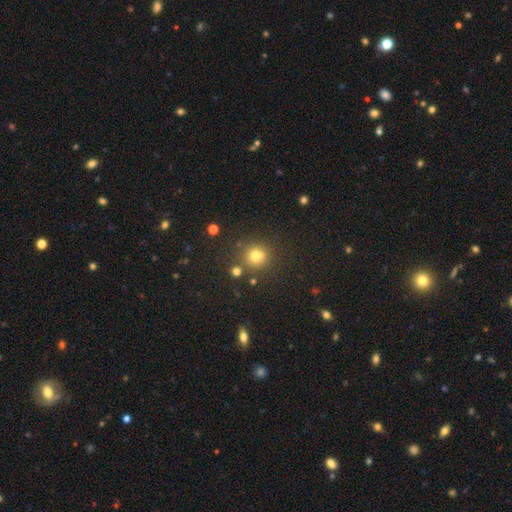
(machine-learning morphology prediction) The model was most divided on "smooth or featured": smooth: 71%, star or artifact: 21%, featured or disk: 8%. More confident: how rounded — round (89%); merging — none (74%).